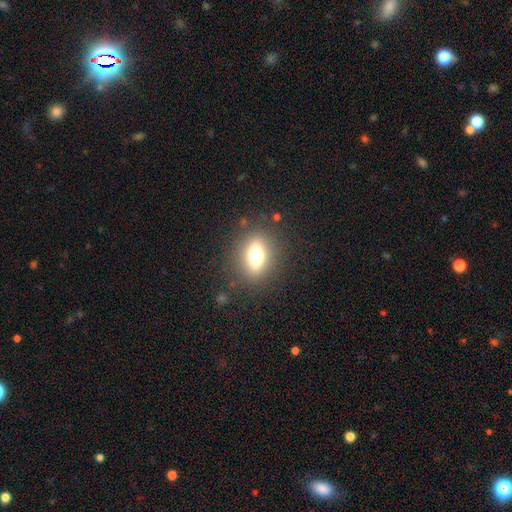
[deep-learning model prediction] A smooth galaxy with no disk features (66%) that is in between round and cigar-shaped (58%).

Vote fractions:
- Smooth or featured? smooth: 66% / featured or disk: 21% / star or artifact: 13%
- How rounded? in between: 58% / round: 37% / cigar-shaped: 5%
- Merging? none: 84% / minor disturbance: 10% / major disturbance: 5% / merger: 2%